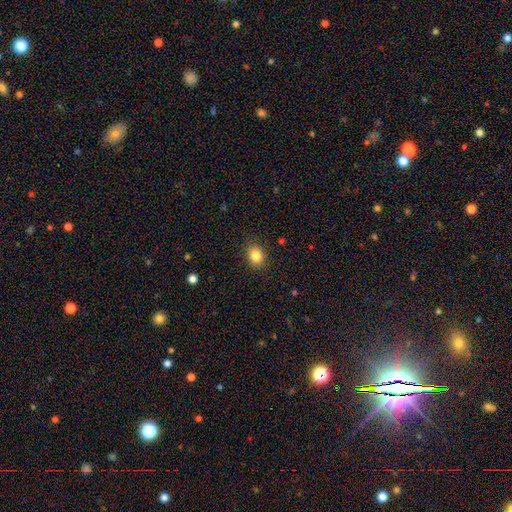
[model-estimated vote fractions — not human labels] This is clearly a smooth galaxy (84%). How rounded: possibly round (55%). Merging: clearly none (87%).